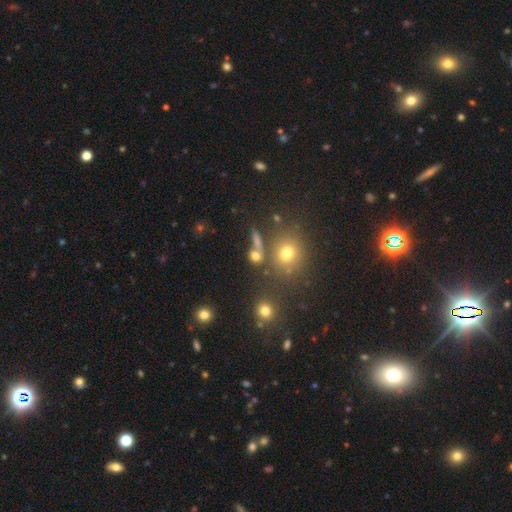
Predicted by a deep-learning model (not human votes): Smooth or featured: smooth — 68% (star or artifact — 20%)
How rounded: round — 64% (in between — 25%)
Merging: none — 62% (merger — 20%)